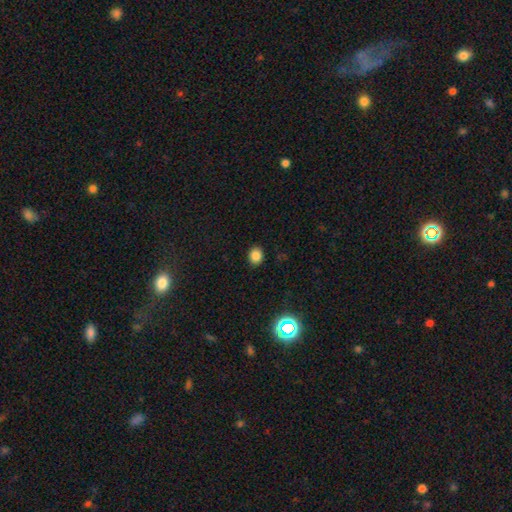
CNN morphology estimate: Smooth or featured? smooth (83%)
How rounded? round (62%)
Merging? none (89%)